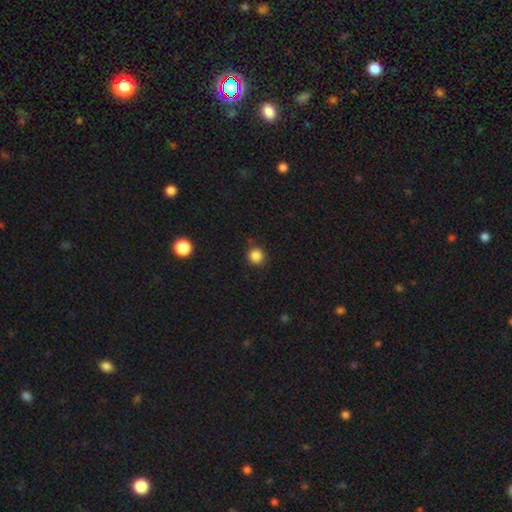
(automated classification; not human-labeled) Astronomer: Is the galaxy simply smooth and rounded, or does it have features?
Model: smooth — 85%.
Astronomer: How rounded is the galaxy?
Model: round — 93%.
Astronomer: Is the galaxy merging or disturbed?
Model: none — 87%.